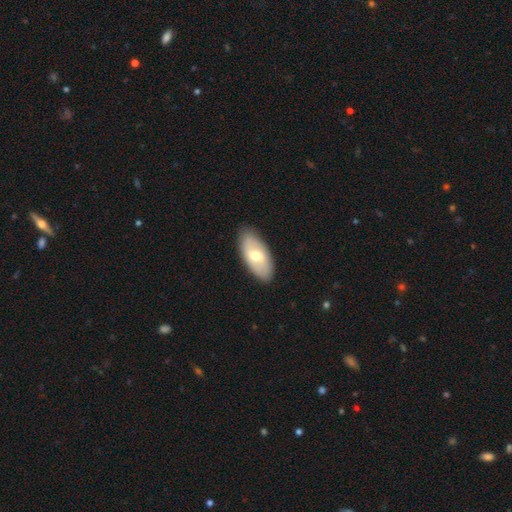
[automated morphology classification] Smooth or featured? smooth (58%)
How rounded? in between (92%)
Merging? none (86%)